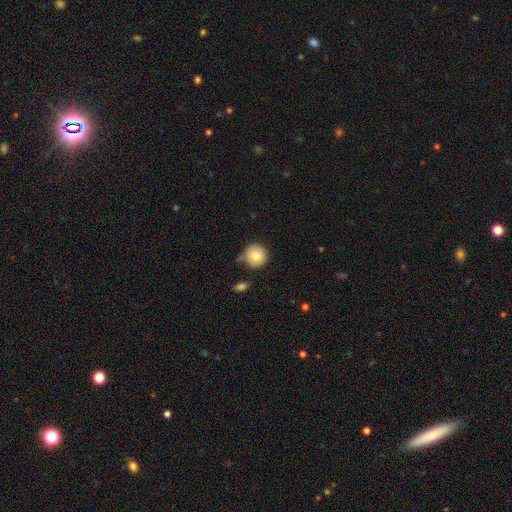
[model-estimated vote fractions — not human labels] Smooth or featured: smooth — 79% (featured or disk — 13%)
How rounded: round — 94% (in between — 5%)
Merging: none — 73% (minor disturbance — 16%)